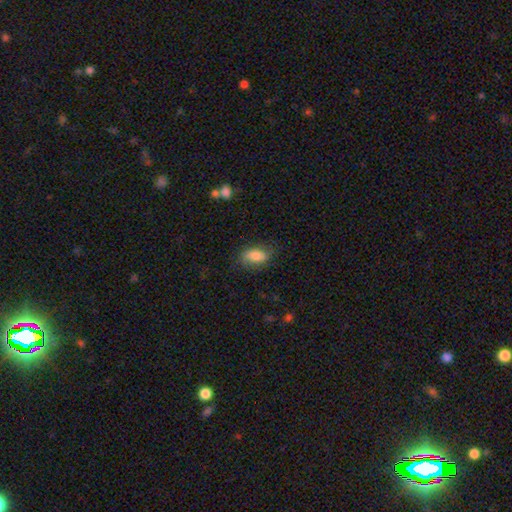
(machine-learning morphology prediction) The model was most divided on "merging": none: 73%, minor disturbance: 19%, major disturbance: 7%, merger: 1%. More confident: how rounded — in between (89%); smooth or featured — smooth (77%).